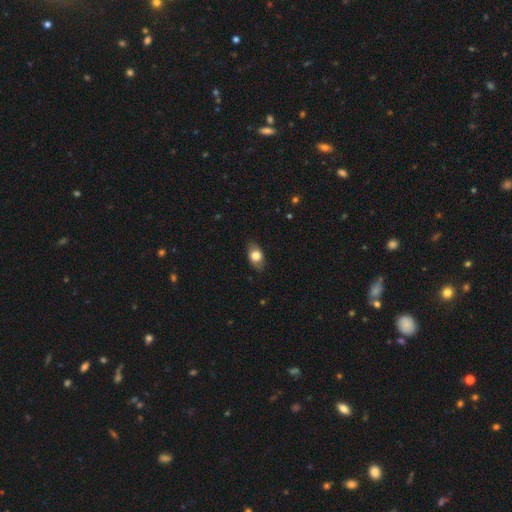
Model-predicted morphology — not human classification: The model was most divided on "smooth or featured": smooth: 74%, featured or disk: 18%, star or artifact: 7%. More confident: how rounded — in between (83%); merging — none (81%).